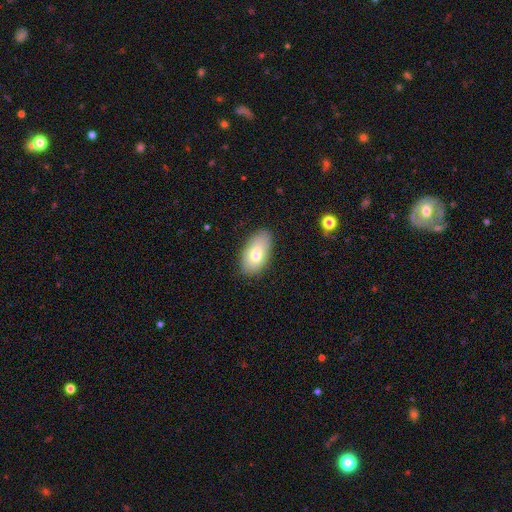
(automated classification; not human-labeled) smooth 75%, featured or disk 18%, star or artifact 7%. Down the decision tree: how rounded — in between (93%); merging — none (81%).